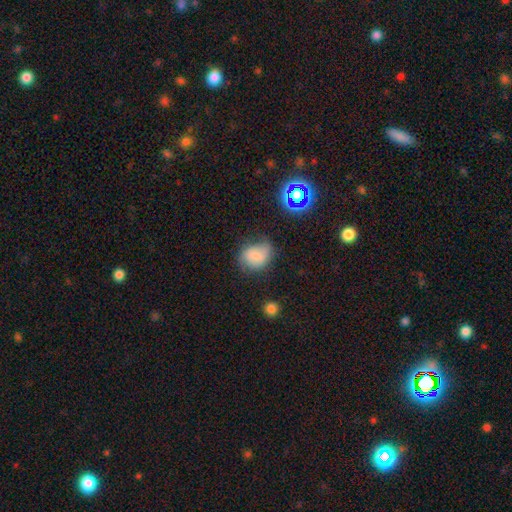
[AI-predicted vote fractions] A smooth galaxy with no disk features (69%) that is in between round and cigar-shaped (52%). Merging: none (47%).